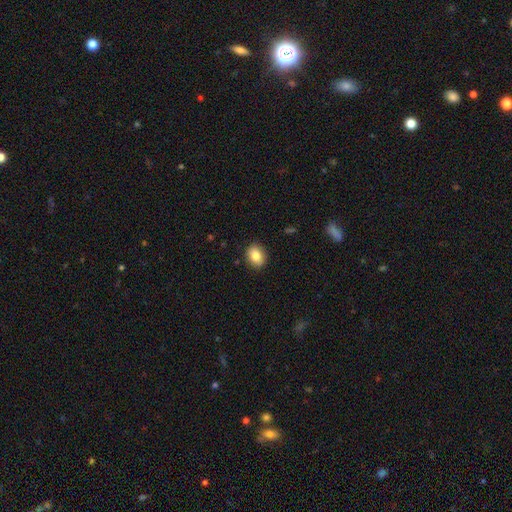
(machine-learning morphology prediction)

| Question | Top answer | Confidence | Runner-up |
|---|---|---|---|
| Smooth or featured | smooth | 82% | featured or disk (9%) |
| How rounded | in between | 57% | round (41%) |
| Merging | none | 89% | minor disturbance (8%) |